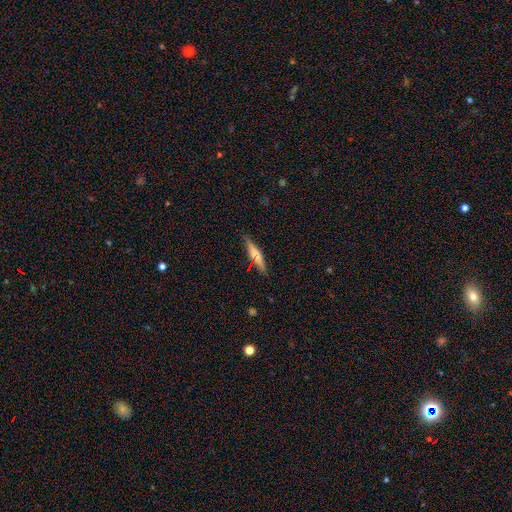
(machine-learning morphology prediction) A featured or disk galaxy (51%) viewed edge-on (95%). Merging: none (84%).